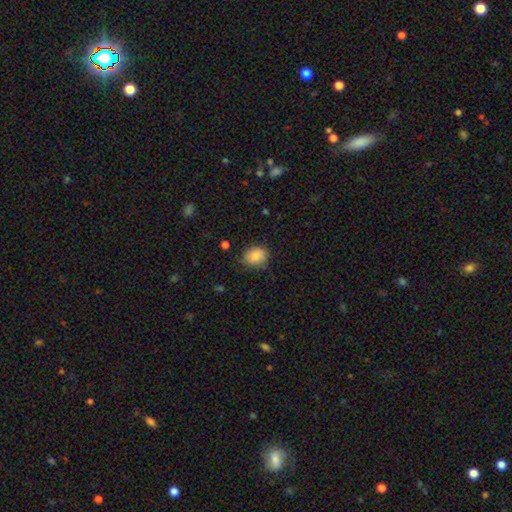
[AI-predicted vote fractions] smooth 81%, featured or disk 11%, star or artifact 8%. Down the decision tree: how rounded — in between (50%, tied with round); merging — none (70%).